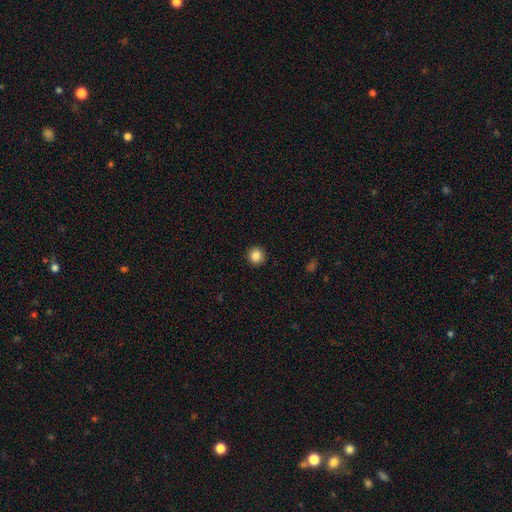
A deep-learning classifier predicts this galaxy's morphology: This is clearly a smooth galaxy (85%). How rounded: clearly round (94%). Merging: clearly none (93%).